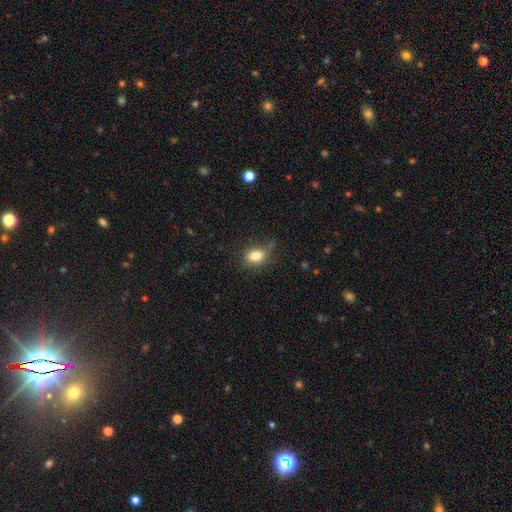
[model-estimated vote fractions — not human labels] smooth-or-featured: smooth: 82% | star or artifact: 10% | featured or disk: 8%
  how-rounded: in between: 73% | round: 25% | cigar-shaped: 2%
  merging: none: 70% | minor disturbance: 21% | major disturbance: 5% | merger: 4%